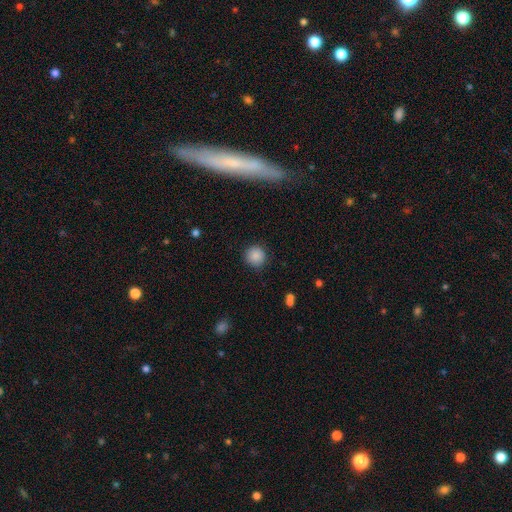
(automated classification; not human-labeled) This appears to be a smooth galaxy with no disk features (86%) that is round (94%). Merging: none (89%).